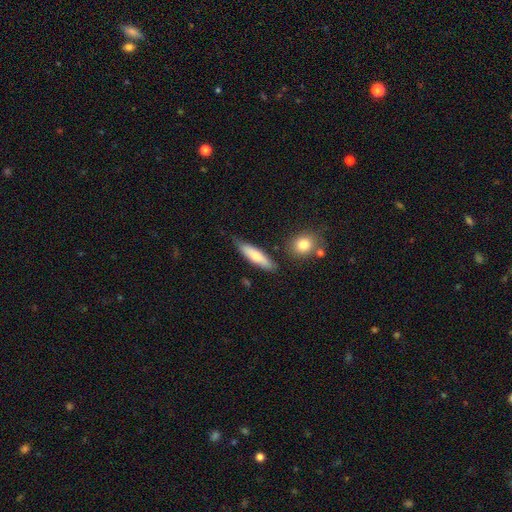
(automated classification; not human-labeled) Overall: smooth (71%). How rounded: cigar-shaped (69%). Merging: none (78%).